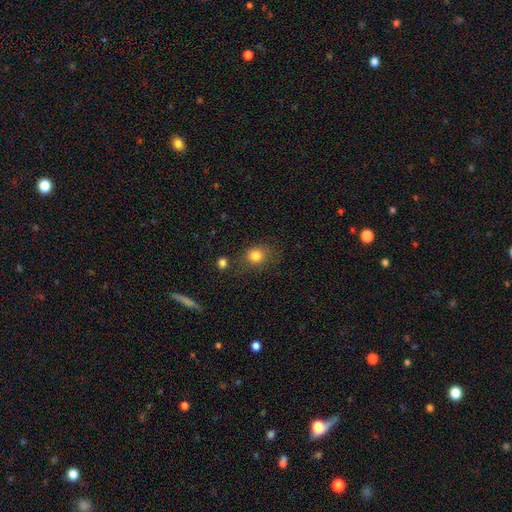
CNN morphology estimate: type=smooth (81%); roundness=round (68%); merging=none (69%).